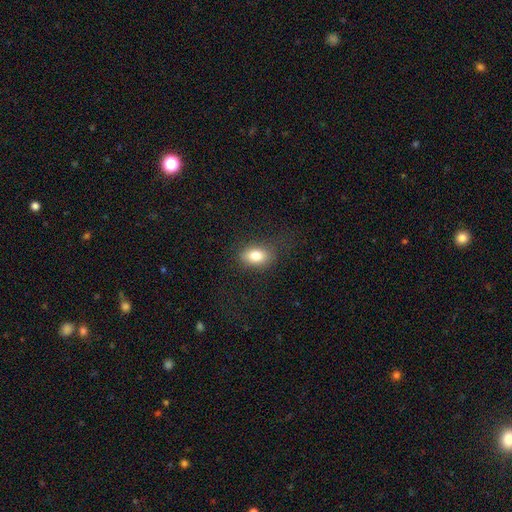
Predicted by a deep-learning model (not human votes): A smooth galaxy with no disk features (81%) that is in between round and cigar-shaped (84%). Merging: none (80%).